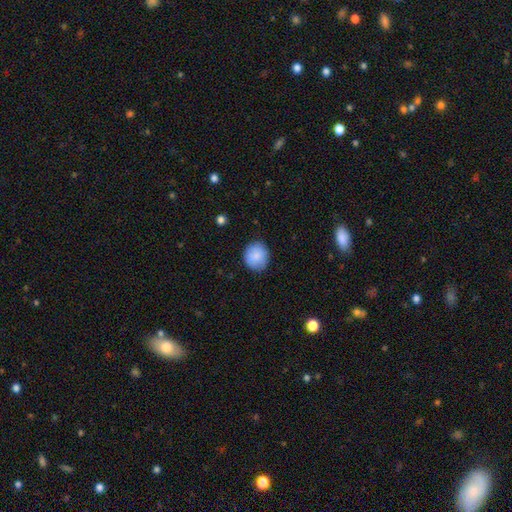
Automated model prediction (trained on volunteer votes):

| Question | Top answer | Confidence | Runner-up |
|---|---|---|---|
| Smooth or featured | smooth | 87% | star or artifact (7%) |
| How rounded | round | 82% | in between (17%) |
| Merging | none | 84% | minor disturbance (13%) |